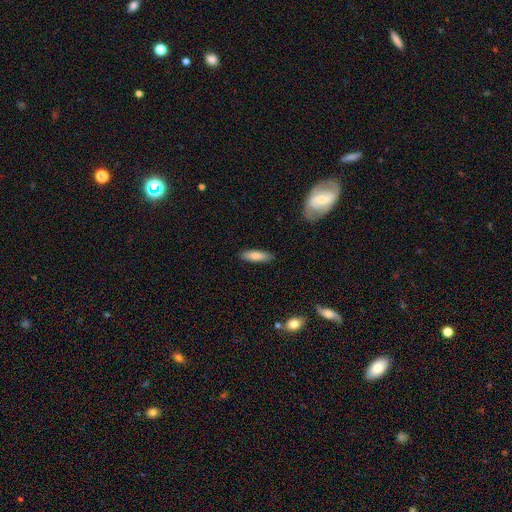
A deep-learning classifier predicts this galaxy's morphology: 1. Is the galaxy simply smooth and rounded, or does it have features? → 80% smooth, 14% featured or disk, 6% star or artifact.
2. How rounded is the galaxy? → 52% cigar-shaped, 47% in between, 2% round.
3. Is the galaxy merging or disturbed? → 87% none, 10% minor disturbance, 2% major disturbance, 1% merger.